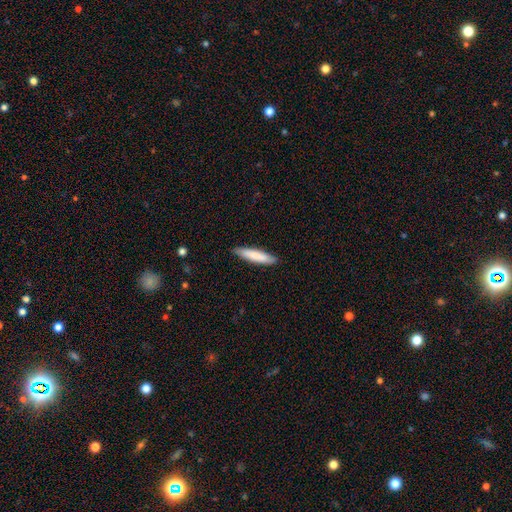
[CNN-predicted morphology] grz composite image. It shows a smooth galaxy with no disk features (82%) that is cigar-shaped (85%). Merging: none (89%).